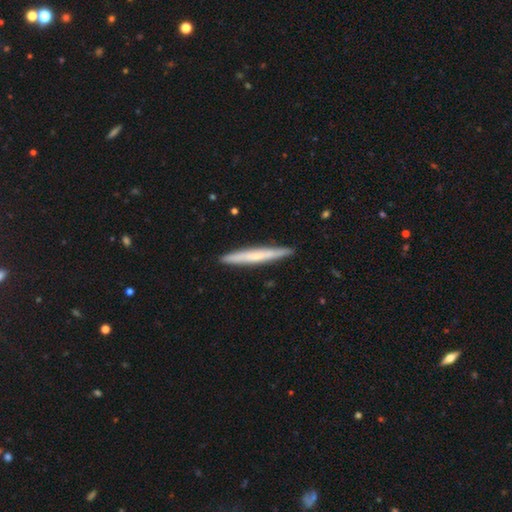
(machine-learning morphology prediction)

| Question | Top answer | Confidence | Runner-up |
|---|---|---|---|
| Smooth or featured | smooth | 51% | featured or disk (43%) |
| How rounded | cigar-shaped | 96% | in between (2%) |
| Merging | none | 91% | minor disturbance (7%) |